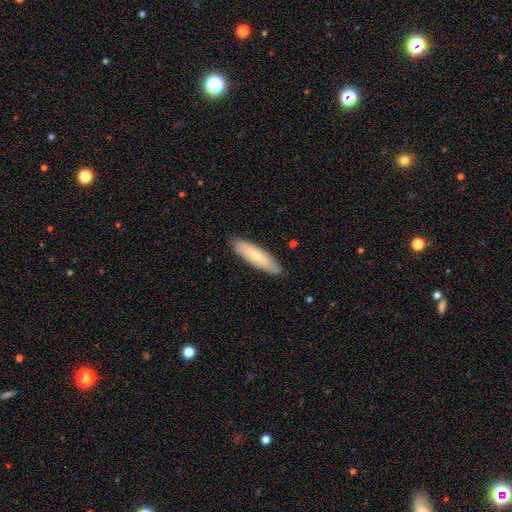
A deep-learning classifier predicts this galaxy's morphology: Smooth or featured: smooth — 66% (featured or disk — 29%)
How rounded: cigar-shaped — 66% (in between — 33%)
Merging: none — 86% (minor disturbance — 11%)